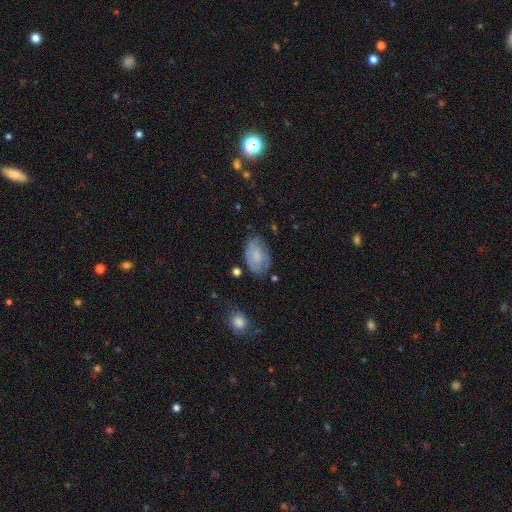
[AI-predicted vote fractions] smooth 60%, featured or disk 32%, star or artifact 8%. Down the decision tree: how rounded — in between (88%); merging — none (61%).